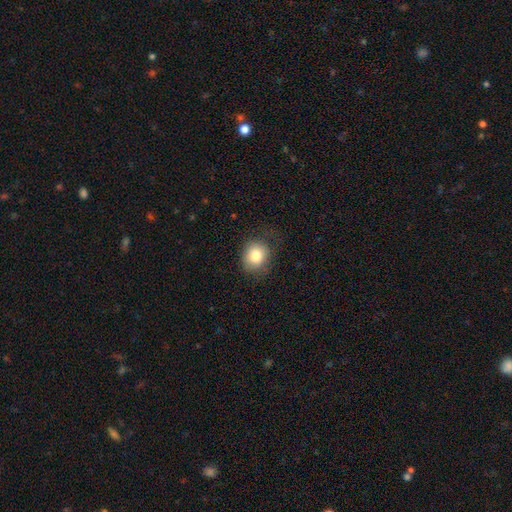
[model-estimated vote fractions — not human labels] A smooth galaxy with no disk features (80%) that is round (71%).

Vote fractions:
- Smooth or featured? smooth: 80% / featured or disk: 10% / star or artifact: 10%
- How rounded? round: 71% / in between: 28% / cigar-shaped: 1%
- Merging? none: 72% / minor disturbance: 19% / major disturbance: 8% / merger: 1%